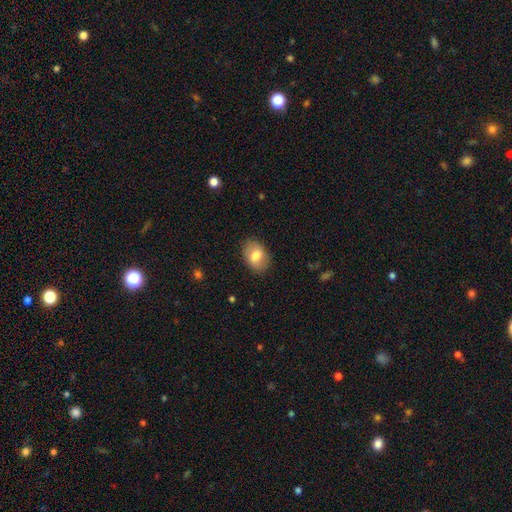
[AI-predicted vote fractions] Morphology: type=smooth (73%); roundness=in between (80%); merging=none (85%).